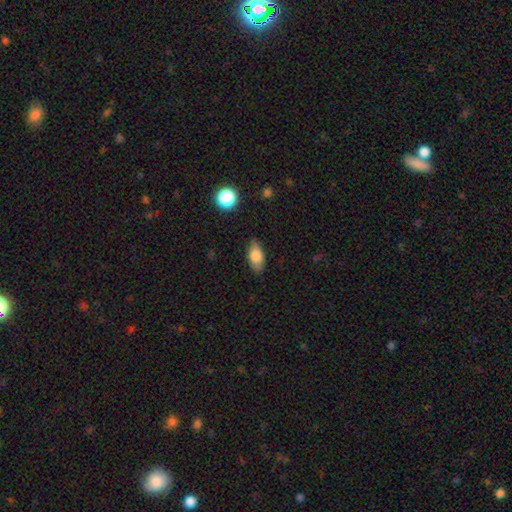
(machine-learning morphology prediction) This appears to be a smooth galaxy with no disk features (76%) that is in between round and cigar-shaped (86%). Merging: none (84%).